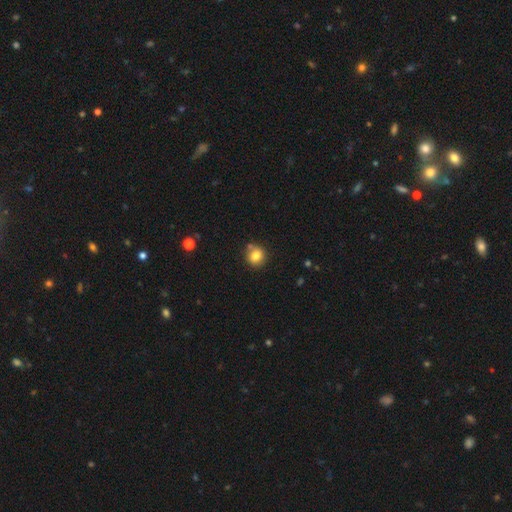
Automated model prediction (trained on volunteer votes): A smooth galaxy with no disk features (81%) that is round (86%).

Vote fractions:
- Smooth or featured? smooth: 81% / star or artifact: 11% / featured or disk: 8%
- How rounded? round: 86% / in between: 14% / cigar-shaped: 1%
- Merging? none: 75% / minor disturbance: 12% / merger: 10% / major disturbance: 3%